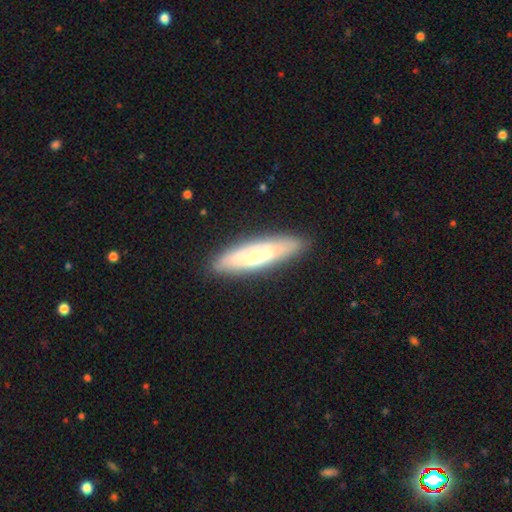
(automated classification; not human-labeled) Smooth or featured?
  - featured or disk: 48% *
  - smooth: 46%
  - star or artifact: 6%
Merging?
  - none: 79% *
  - minor disturbance: 14%
  - major disturbance: 4%
  - merger: 3%